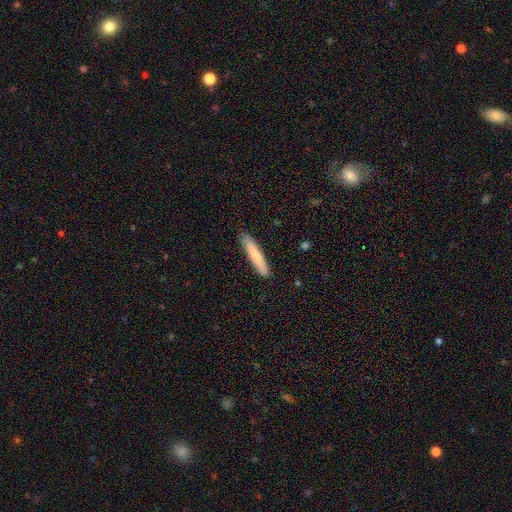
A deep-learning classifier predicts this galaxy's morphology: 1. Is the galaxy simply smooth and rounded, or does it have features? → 75% smooth, 19% featured or disk, 5% star or artifact.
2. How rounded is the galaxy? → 90% cigar-shaped, 9% in between, 1% round.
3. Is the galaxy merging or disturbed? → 87% none, 10% minor disturbance, 2% major disturbance, 1% merger.